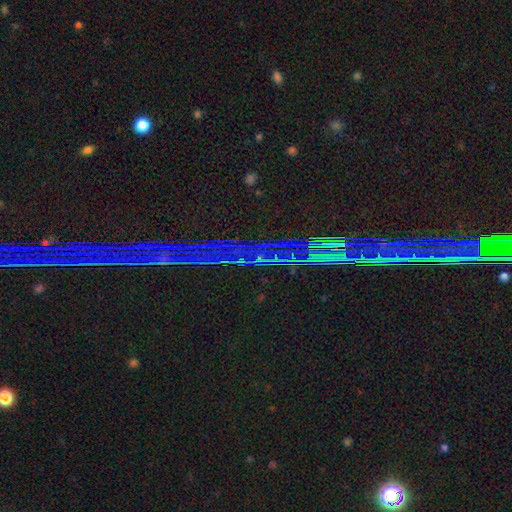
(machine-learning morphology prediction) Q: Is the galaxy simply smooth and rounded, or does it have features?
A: star or artifact — 87%.